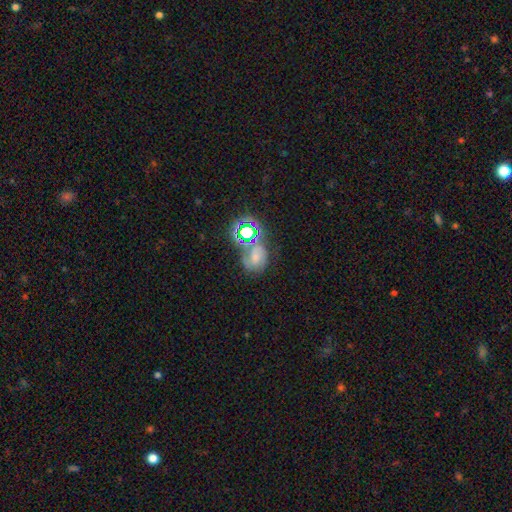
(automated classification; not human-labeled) Smooth or featured: smooth — 37% (featured or disk — 35%)
Merging: none — 45% (merger — 23%)